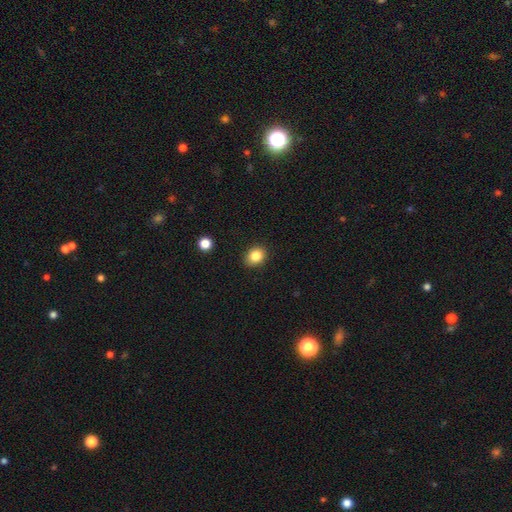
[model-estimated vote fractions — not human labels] This is clearly a smooth galaxy (84%). How rounded: possibly in between (51%). Merging: clearly none (87%).